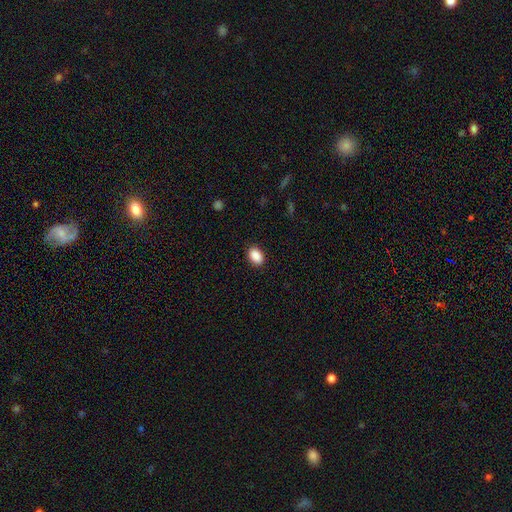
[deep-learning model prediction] smooth-or-featured: smooth: 90% | star or artifact: 7% | featured or disk: 3%
  how-rounded: in between: 83% | round: 16% | cigar-shaped: 1%
  merging: none: 90% | minor disturbance: 7% | major disturbance: 2% | merger: 1%